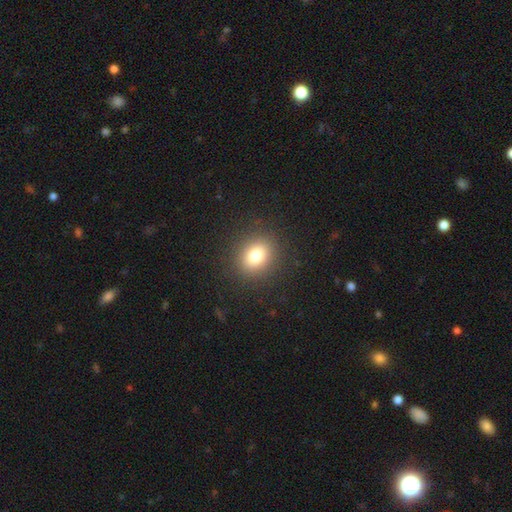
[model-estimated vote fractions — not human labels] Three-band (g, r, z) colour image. It shows a smooth galaxy with no disk features (78%) that is round (63%). Merging: none (89%).